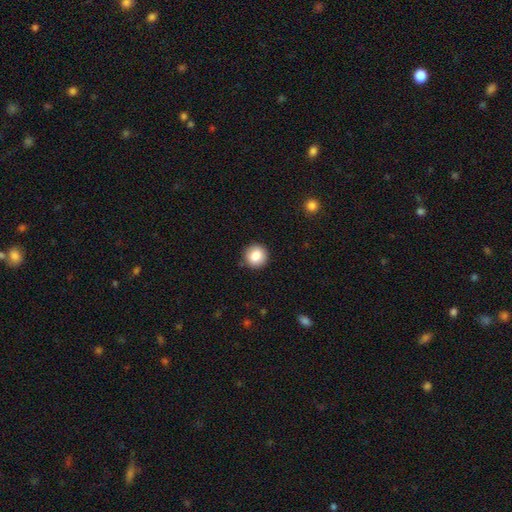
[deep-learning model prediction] Smooth or featured: smooth — 85% (star or artifact — 9%)
How rounded: round — 93% (in between — 6%)
Merging: none — 90% (minor disturbance — 7%)